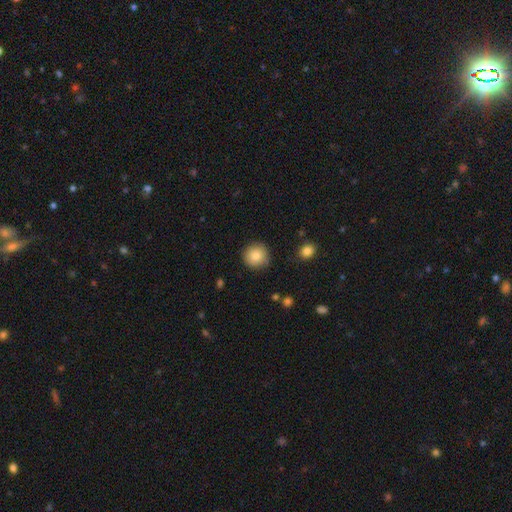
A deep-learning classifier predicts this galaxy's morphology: smooth-or-featured: smooth: 86% | star or artifact: 9% | featured or disk: 6%
  how-rounded: round: 94% | in between: 5% | cigar-shaped: 1%
  merging: none: 88% | minor disturbance: 8% | major disturbance: 2% | merger: 1%